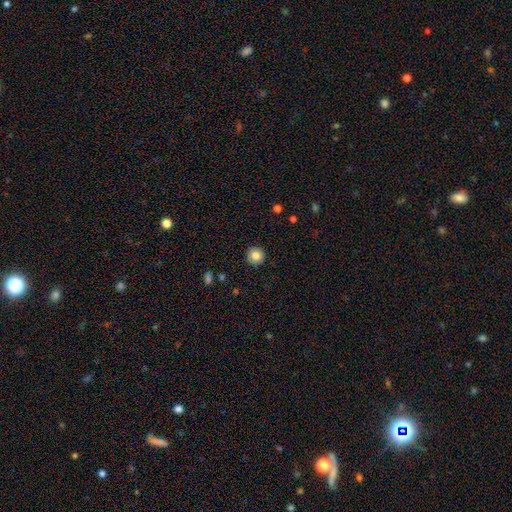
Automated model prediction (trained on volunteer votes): A smooth galaxy with no disk features (82%) that is round (95%).

Vote fractions:
- Smooth or featured? smooth: 82% / star or artifact: 9% / featured or disk: 9%
- How rounded? round: 95% / in between: 4% / cigar-shaped: 1%
- Merging? none: 92% / minor disturbance: 6% / major disturbance: 2% / merger: 1%